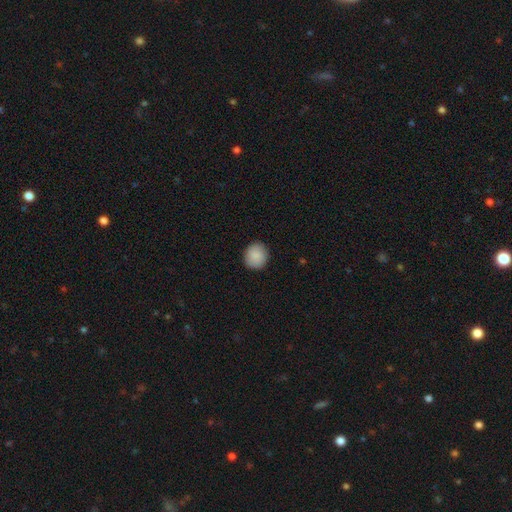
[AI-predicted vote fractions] Q: Smooth or featured?
A: smooth (88%); runner-up: star or artifact (7%)
Q: How rounded?
A: round (85%); runner-up: in between (14%)
Q: Merging?
A: none (90%); runner-up: minor disturbance (7%)